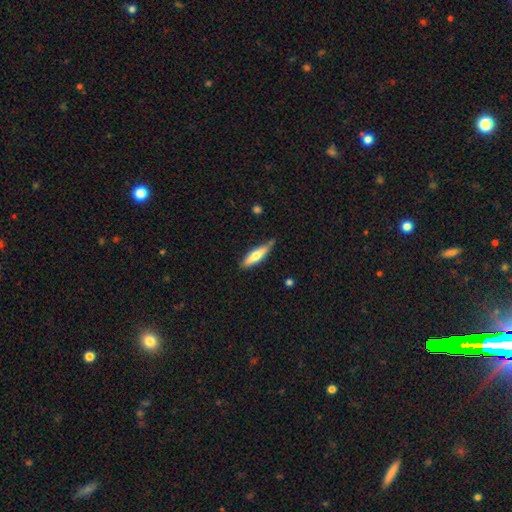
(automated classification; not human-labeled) Q: Smooth or featured?
A: smooth (60%); runner-up: featured or disk (35%)
Q: How rounded?
A: cigar-shaped (70%); runner-up: in between (28%)
Q: Merging?
A: none (76%); runner-up: minor disturbance (18%)